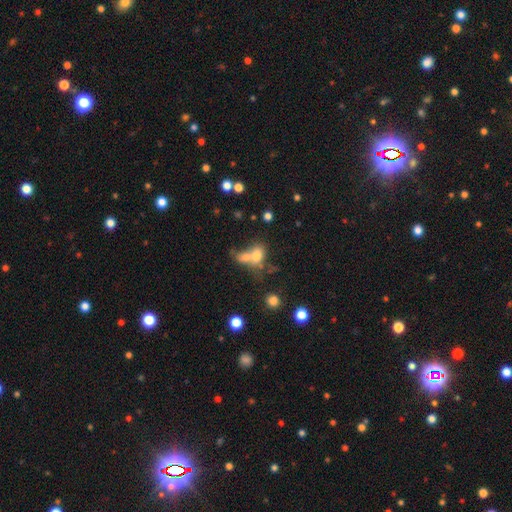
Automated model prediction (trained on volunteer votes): Smooth or featured? Predicted: smooth (p=0.69). How rounded? Predicted: in between (p=0.63). Merging? Predicted: merger (p=0.62).